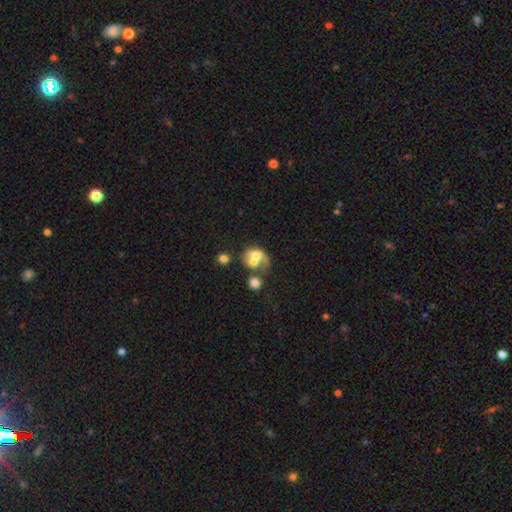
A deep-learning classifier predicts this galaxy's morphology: Smooth or featured: smooth — 52% (featured or disk — 37%)
How rounded: in between — 50% (round — 49%)
Merging: merger — 62% (none — 17%)